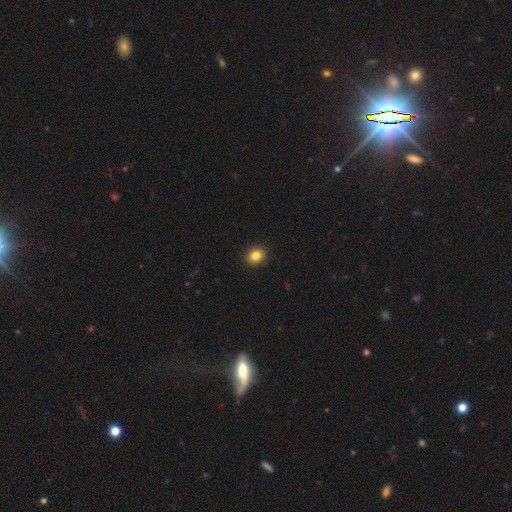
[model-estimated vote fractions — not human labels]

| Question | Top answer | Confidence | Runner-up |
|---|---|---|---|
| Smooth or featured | smooth | 85% | star or artifact (10%) |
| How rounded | in between | 51% | round (48%) |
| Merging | none | 92% | minor disturbance (6%) |